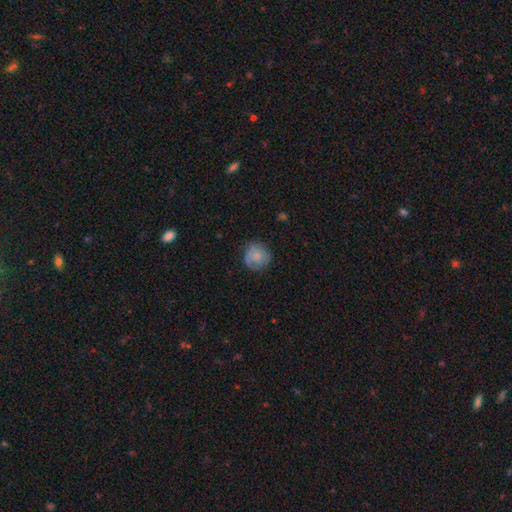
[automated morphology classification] Smooth or featured: smooth — 67% (featured or disk — 25%)
How rounded: round — 89% (in between — 11%)
Merging: none — 69% (minor disturbance — 22%)